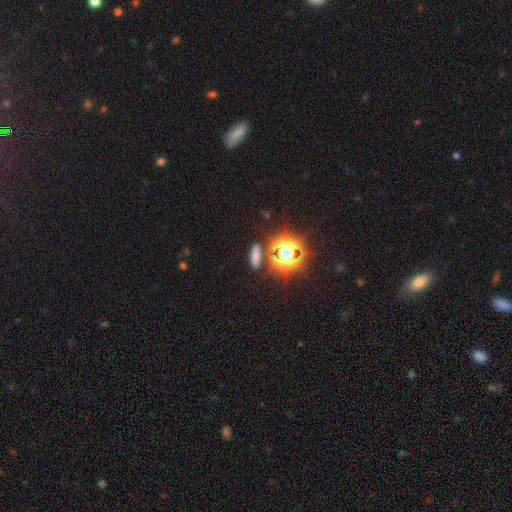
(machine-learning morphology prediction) smooth_or_featured: smooth (p=0.57) [alt: star or artifact p=0.34]
how_rounded: cigar-shaped (p=0.47) [alt: in between p=0.40]
merging: none (p=0.82) [alt: minor disturbance p=0.09]